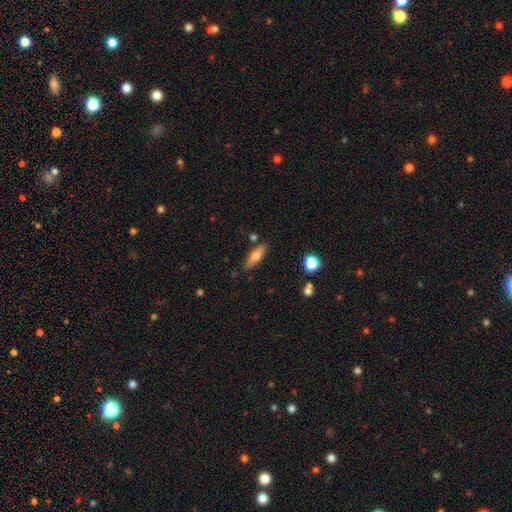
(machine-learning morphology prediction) Q: Smooth or featured?
A: smooth (66%); runner-up: featured or disk (26%)
Q: How rounded?
A: in between (51%); runner-up: cigar-shaped (46%)
Q: Merging?
A: none (82%); runner-up: minor disturbance (11%)